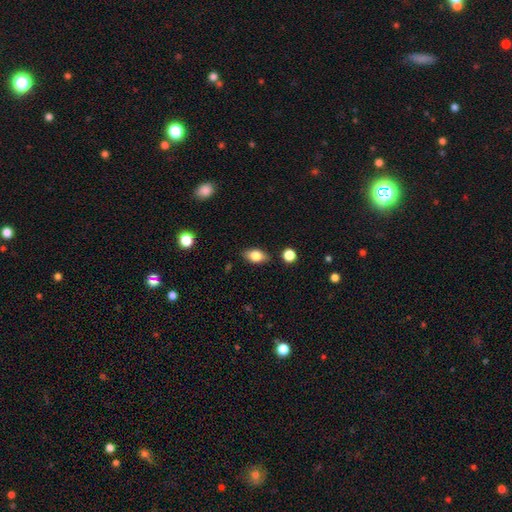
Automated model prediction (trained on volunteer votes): smooth 81%, featured or disk 11%, star or artifact 8%. Down the decision tree: how rounded — in between (87%); merging — none (84%).